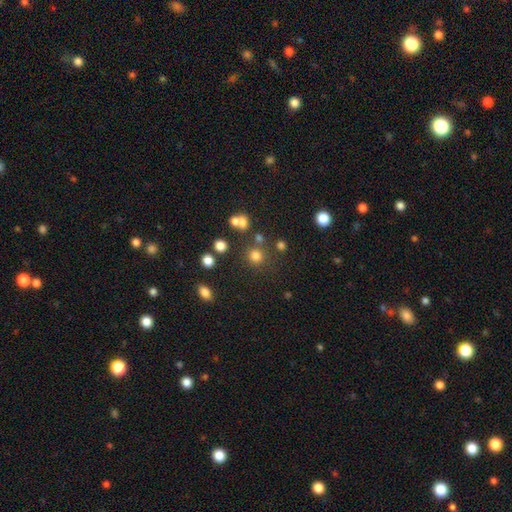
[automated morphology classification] Overall: smooth (75%). How rounded: round (90%). Merging: none (76%).